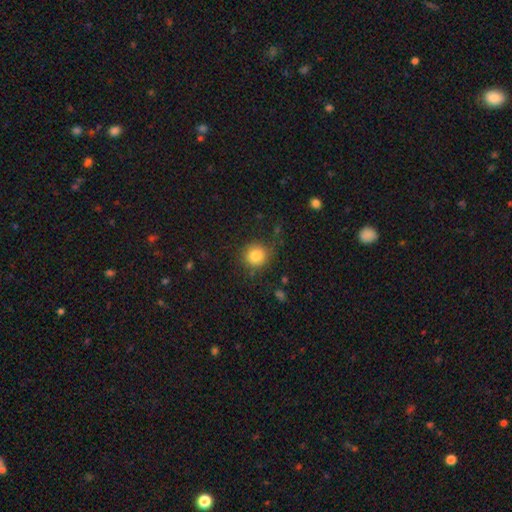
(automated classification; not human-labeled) smooth 83%, star or artifact 10%, featured or disk 7%. Down the decision tree: how rounded — round (88%); merging — none (80%).